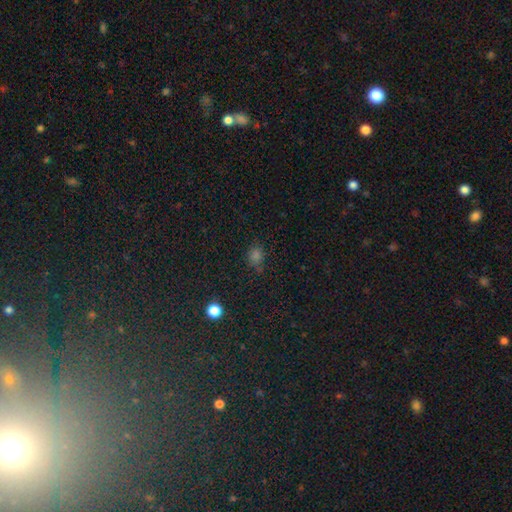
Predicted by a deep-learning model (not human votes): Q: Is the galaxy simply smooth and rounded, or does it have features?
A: smooth — 64%.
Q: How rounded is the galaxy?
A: round — 58%.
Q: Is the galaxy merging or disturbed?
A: none — 70%.